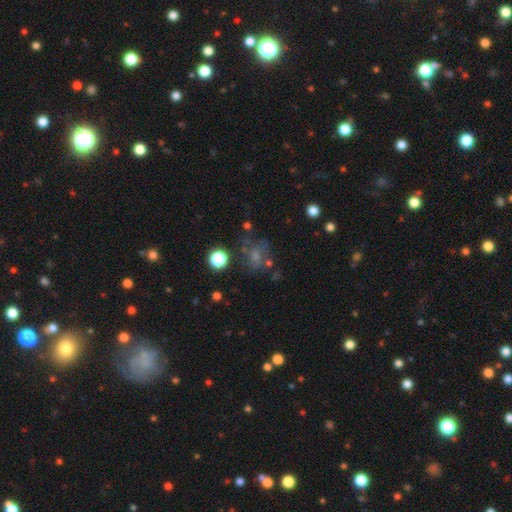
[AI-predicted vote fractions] This appears to be a smooth galaxy with no disk features (50%). Merging: none (51%).